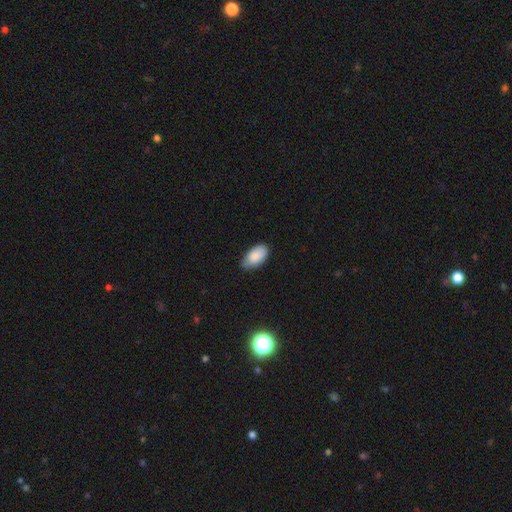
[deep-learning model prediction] The model was most divided on "merging": none: 74%, minor disturbance: 22%, major disturbance: 3%, merger: 1%. More confident: how rounded — in between (95%); smooth or featured — smooth (86%).